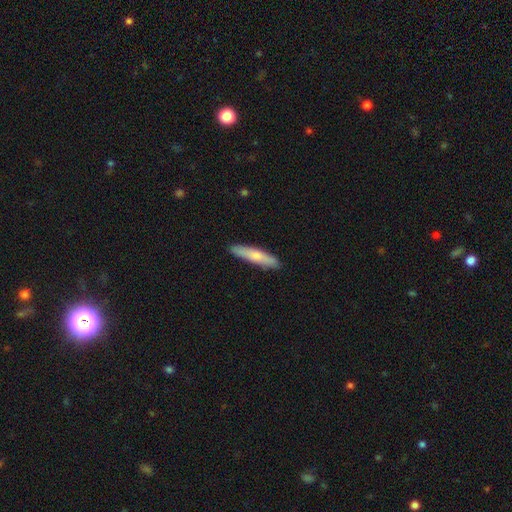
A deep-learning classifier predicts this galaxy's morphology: smooth_or_featured: smooth (p=0.68) [alt: featured or disk p=0.27]
how_rounded: cigar-shaped (p=0.87) [alt: in between p=0.12]
merging: none (p=0.89) [alt: minor disturbance p=0.08]